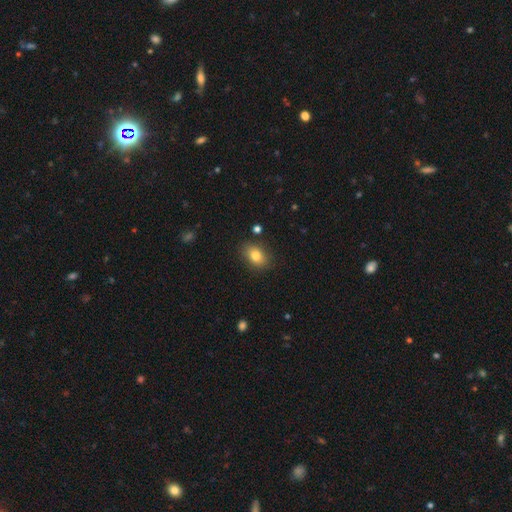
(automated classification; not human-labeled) Q: Smooth or featured?
A: smooth (81%); runner-up: featured or disk (9%)
Q: How rounded?
A: in between (79%); runner-up: round (19%)
Q: Merging?
A: none (85%); runner-up: minor disturbance (11%)